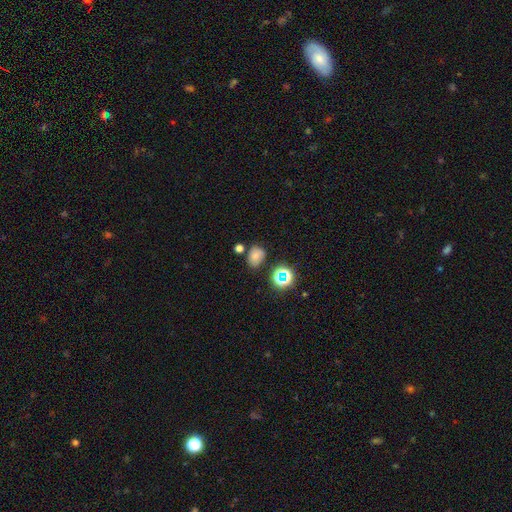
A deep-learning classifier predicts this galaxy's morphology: Smooth or featured?
  - smooth: 66% *
  - star or artifact: 22%
  - featured or disk: 12%
How rounded?
  - in between: 56% *
  - round: 43%
  - cigar-shaped: 1%
Merging?
  - none: 70% *
  - minor disturbance: 17%
  - merger: 8%
  - major disturbance: 4%